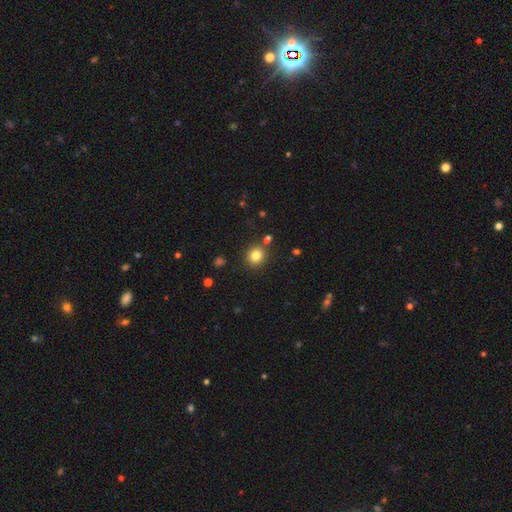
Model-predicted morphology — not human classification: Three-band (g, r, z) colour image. It shows a smooth galaxy with no disk features (81%) that is round (86%). Merging: none (84%).